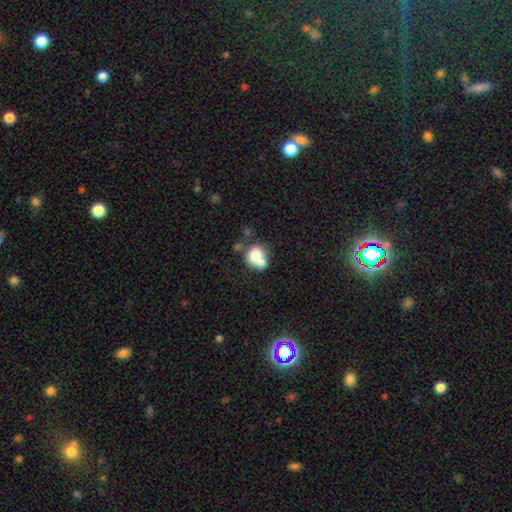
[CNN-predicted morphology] smooth_or_featured: smooth (p=0.71) [alt: featured or disk p=0.19]
how_rounded: round (p=0.67) [alt: in between p=0.32]
merging: merger (p=0.56) [alt: none p=0.29]